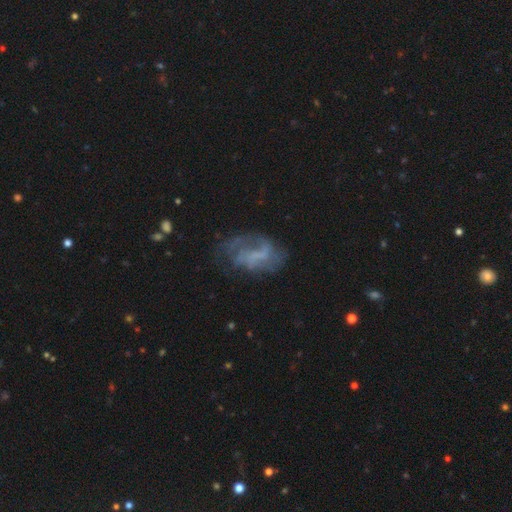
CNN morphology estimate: Overall: featured or disk (66%). Edge-on disk: no (96%). Bar: no (45%; weak 38%). Spiral arms: yes (72%). Bulge size: none (64%). Merging: none (47%; major disturbance 26%).